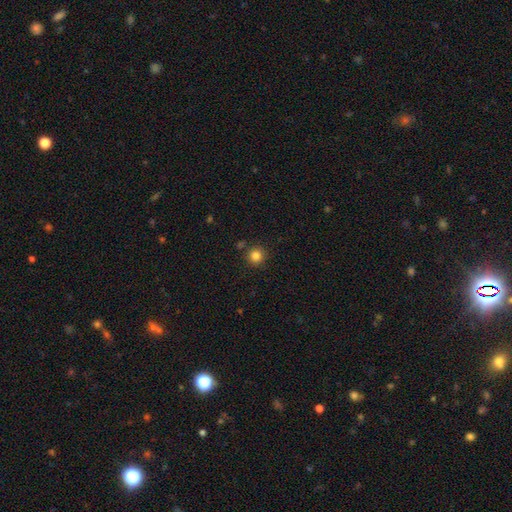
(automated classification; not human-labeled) This appears to be a smooth galaxy with no disk features (83%) that is round (94%). Merging: none (86%).